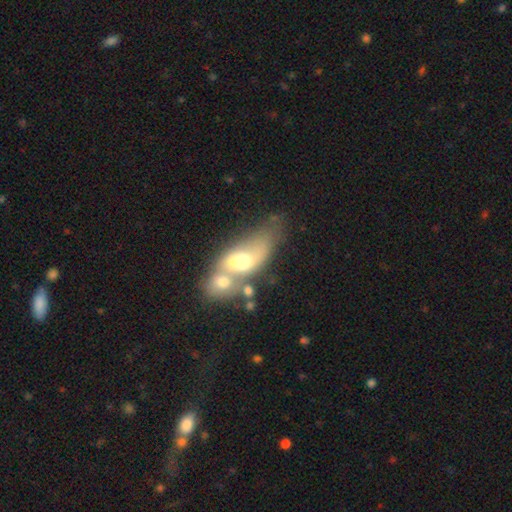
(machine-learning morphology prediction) type=smooth (50%); roundness=in between (71%); merging=merger (68%).